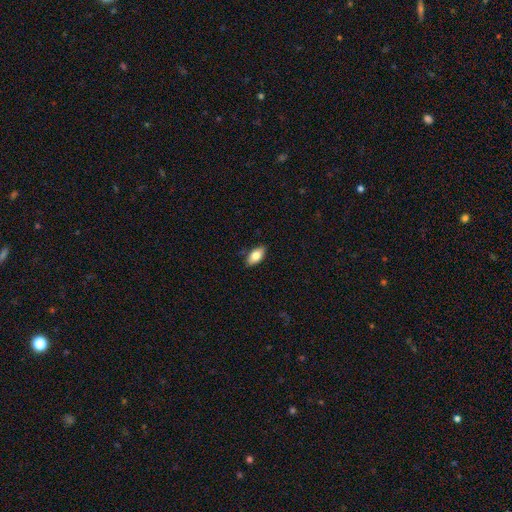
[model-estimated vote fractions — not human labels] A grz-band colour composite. It shows a smooth galaxy with no disk features (78%) that is in between round and cigar-shaped (92%). Merging: none (87%).